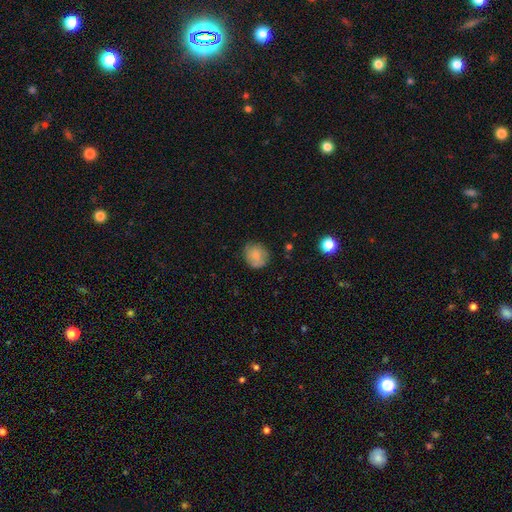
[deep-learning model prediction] Smooth or featured: smooth — 77% (featured or disk — 15%)
How rounded: round — 76% (in between — 23%)
Merging: none — 71% (minor disturbance — 22%)